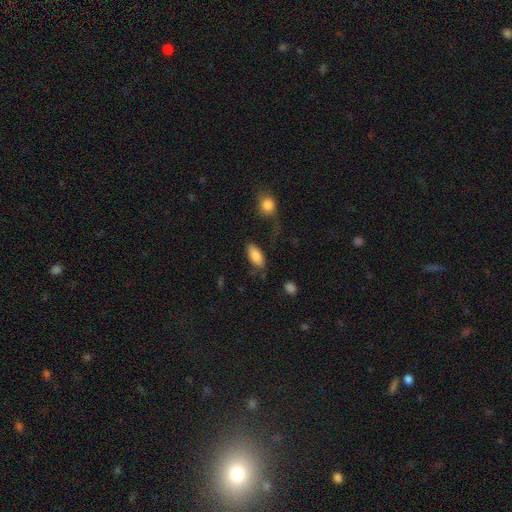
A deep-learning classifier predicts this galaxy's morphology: smooth 85%, featured or disk 8%, star or artifact 7%. Down the decision tree: how rounded — in between (90%); merging — none (70%).